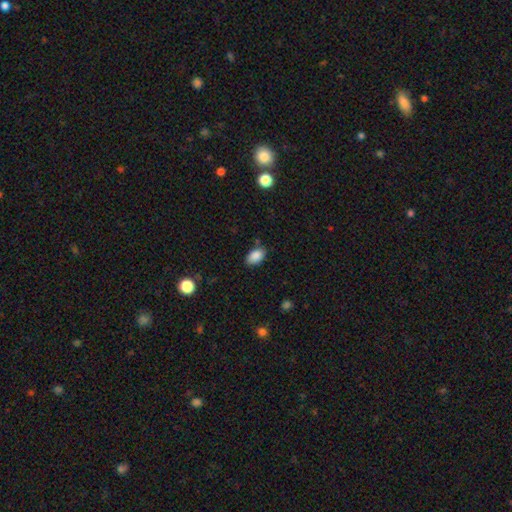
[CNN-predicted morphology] This is clearly a smooth galaxy (88%). How rounded: clearly in between (89%). Merging: likely none (80%).